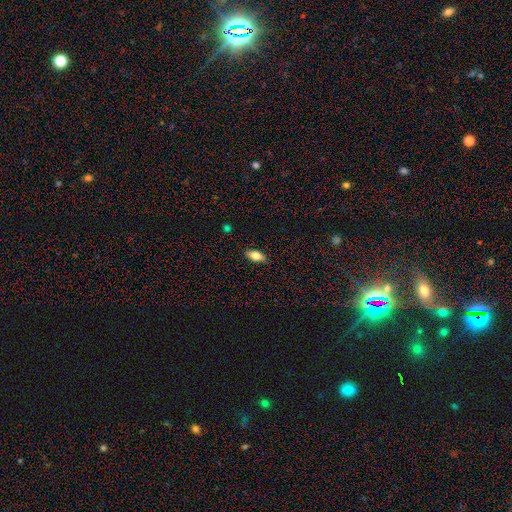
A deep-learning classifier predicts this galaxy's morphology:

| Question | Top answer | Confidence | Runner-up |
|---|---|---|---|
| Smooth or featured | smooth | 79% | featured or disk (13%) |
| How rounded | in between | 88% | cigar-shaped (9%) |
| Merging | none | 87% | minor disturbance (10%) |